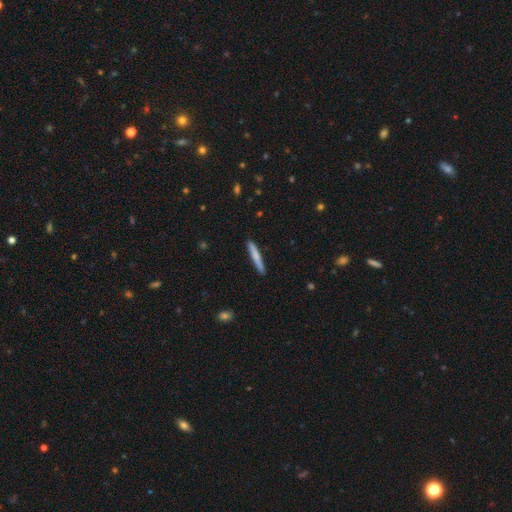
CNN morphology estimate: Smooth or featured? smooth (68%)
How rounded? cigar-shaped (95%)
Merging? none (90%)